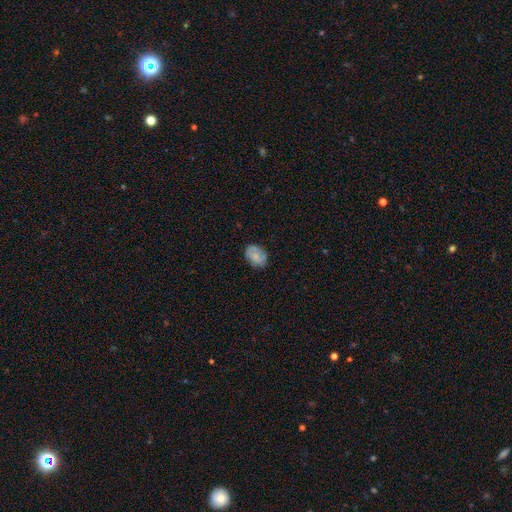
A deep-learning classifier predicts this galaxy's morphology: Smooth or featured: smooth — 69% (featured or disk — 24%)
How rounded: in between — 74% (round — 25%)
Merging: none — 75% (minor disturbance — 19%)